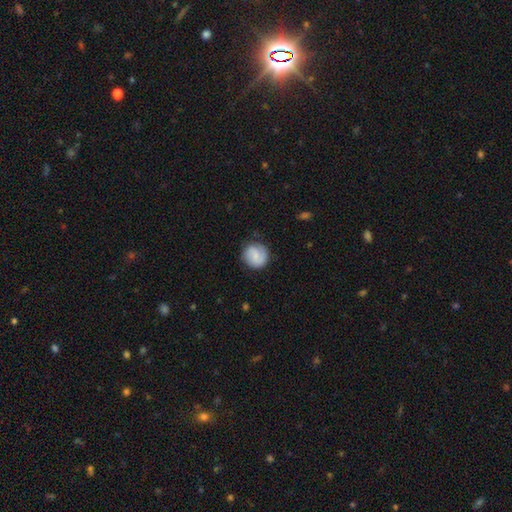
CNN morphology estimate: Smooth or featured?
  - smooth: 50% *
  - featured or disk: 44%
  - star or artifact: 7%
Merging?
  - none: 79% *
  - minor disturbance: 15%
  - major disturbance: 5%
  - merger: 1%